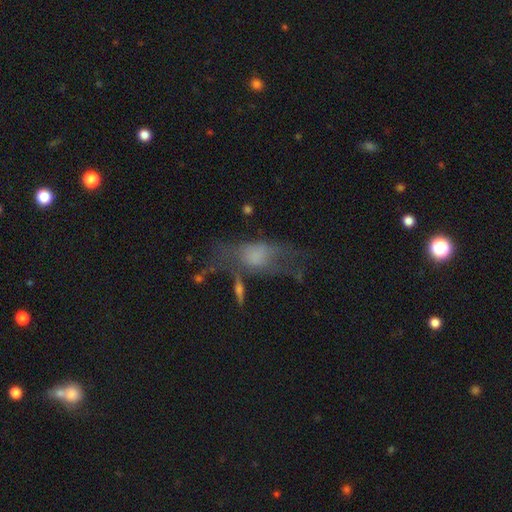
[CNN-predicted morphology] A smooth galaxy with no disk features (48%). Merging: major disturbance (40%).